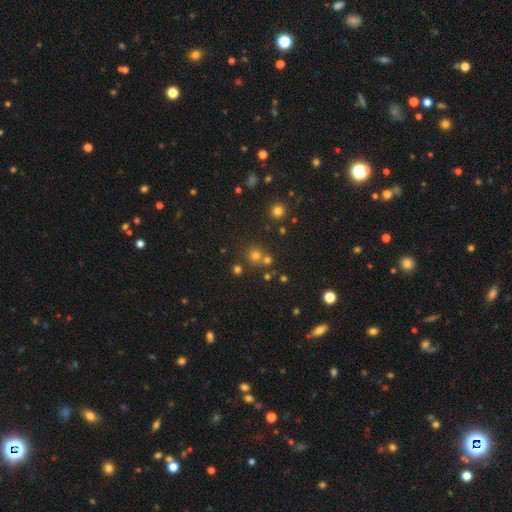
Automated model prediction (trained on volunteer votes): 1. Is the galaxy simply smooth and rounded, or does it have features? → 61% smooth, 30% star or artifact, 9% featured or disk.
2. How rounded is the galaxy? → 90% round, 9% in between, 1% cigar-shaped.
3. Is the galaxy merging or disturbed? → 68% none, 22% merger, 7% minor disturbance, 3% major disturbance.